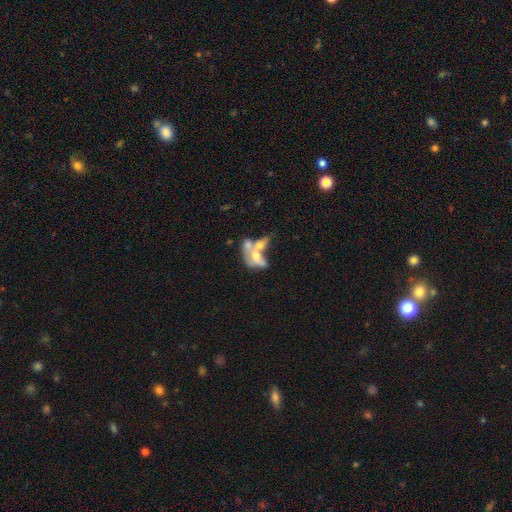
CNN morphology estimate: The model was most divided on "smooth or featured": featured or disk: 50%, smooth: 41%, star or artifact: 9%. More confident: merging — merger (67%).